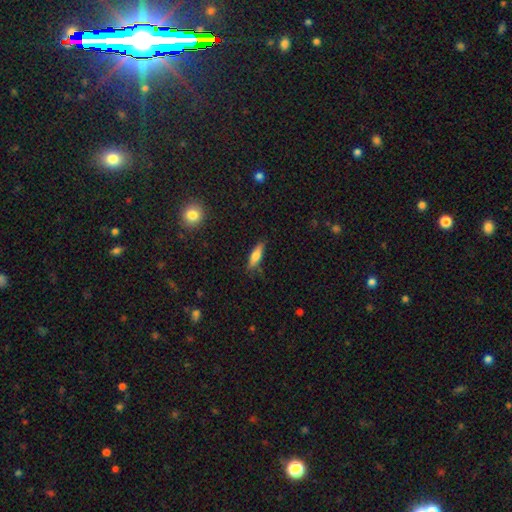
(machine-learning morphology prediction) Smooth or featured: smooth — 70% (featured or disk — 23%)
How rounded: cigar-shaped — 57% (in between — 41%)
Merging: none — 82% (minor disturbance — 13%)